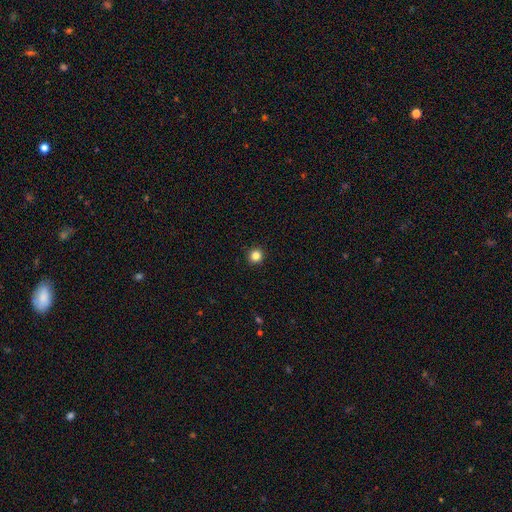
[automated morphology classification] smooth_or_featured: smooth (p=0.85) [alt: star or artifact p=0.12]
how_rounded: round (p=0.95) [alt: in between p=0.04]
merging: none (p=0.94) [alt: minor disturbance p=0.04]